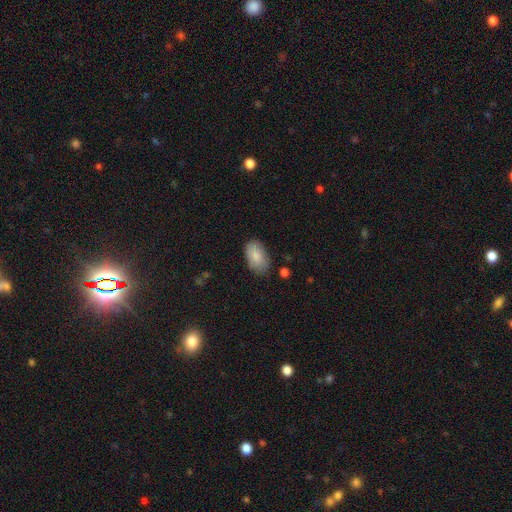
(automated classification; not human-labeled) smooth 85%, featured or disk 9%, star or artifact 6%. Down the decision tree: how rounded — in between (93%); merging — none (77%).